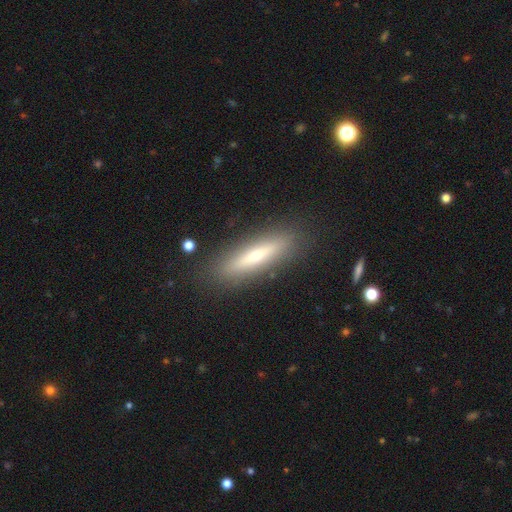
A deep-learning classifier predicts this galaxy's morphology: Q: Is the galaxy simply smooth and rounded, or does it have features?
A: smooth — 52%.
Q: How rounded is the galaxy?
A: cigar-shaped — 82%.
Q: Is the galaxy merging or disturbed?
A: none — 87%.